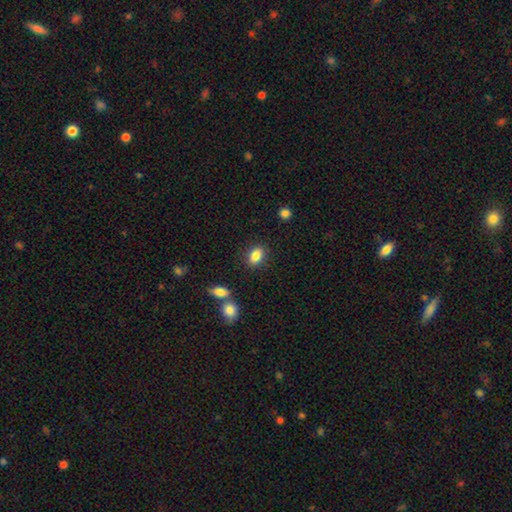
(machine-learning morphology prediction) A smooth galaxy with no disk features (85%) that is in between round and cigar-shaped (83%).

Vote fractions:
- Smooth or featured? smooth: 85% / star or artifact: 8% / featured or disk: 6%
- How rounded? in between: 83% / round: 14% / cigar-shaped: 3%
- Merging? none: 85% / minor disturbance: 9% / merger: 3% / major disturbance: 3%